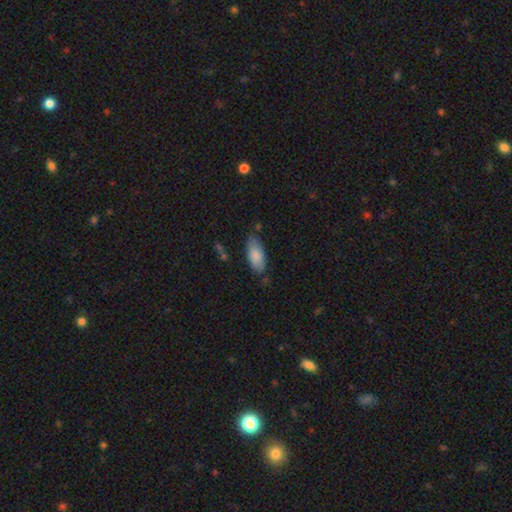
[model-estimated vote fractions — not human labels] smooth_or_featured: smooth (p=0.84) [alt: featured or disk p=0.10]
how_rounded: in between (p=0.86) [alt: cigar-shaped p=0.13]
merging: none (p=0.69) [alt: minor disturbance p=0.23]